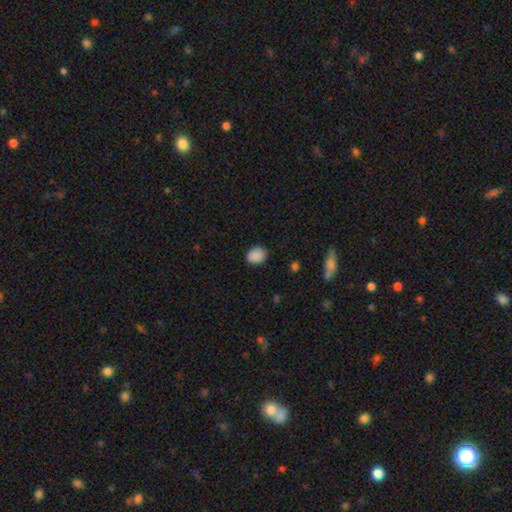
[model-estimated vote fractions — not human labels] Q: Smooth or featured?
A: smooth (88%); runner-up: star or artifact (8%)
Q: How rounded?
A: in between (51%); runner-up: round (48%)
Q: Merging?
A: none (83%); runner-up: minor disturbance (13%)